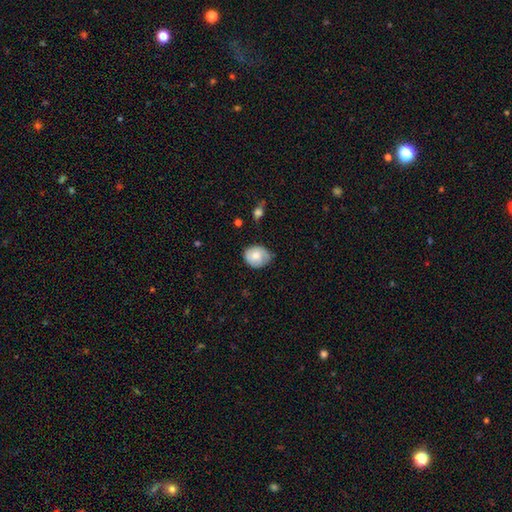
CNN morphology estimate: type=smooth (68%); roundness=round (61%); merging=none (62%).